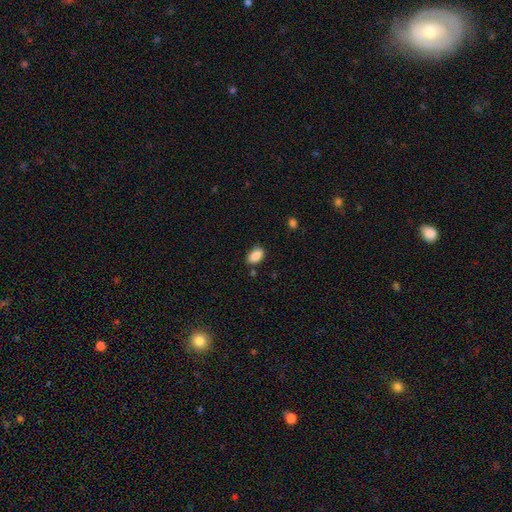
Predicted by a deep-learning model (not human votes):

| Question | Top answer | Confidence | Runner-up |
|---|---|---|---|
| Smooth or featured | smooth | 89% | star or artifact (8%) |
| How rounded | in between | 90% | round (8%) |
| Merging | none | 82% | minor disturbance (13%) |